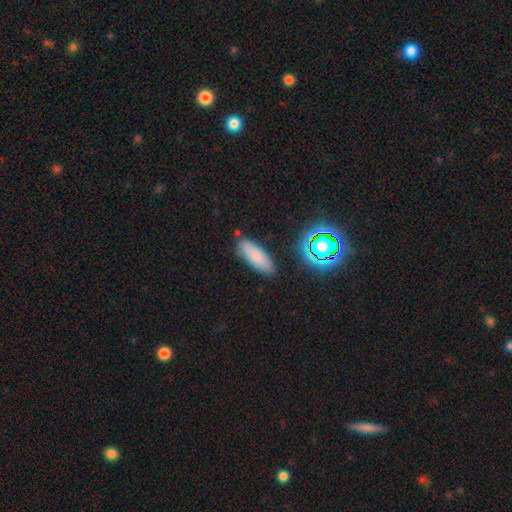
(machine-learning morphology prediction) Smooth or featured?
  - smooth: 78% *
  - star or artifact: 12%
  - featured or disk: 10%
How rounded?
  - in between: 62% *
  - cigar-shaped: 36%
  - round: 3%
Merging?
  - none: 84% *
  - minor disturbance: 11%
  - major disturbance: 3%
  - merger: 3%